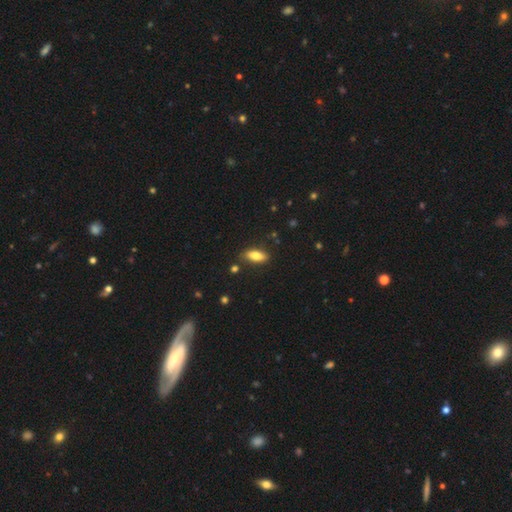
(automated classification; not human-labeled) Smooth or featured: smooth — 77% (featured or disk — 16%)
How rounded: in between — 75% (cigar-shaped — 22%)
Merging: none — 81% (minor disturbance — 13%)